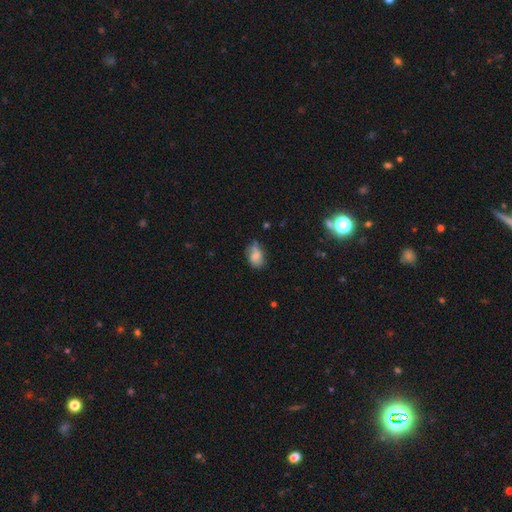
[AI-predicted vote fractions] Morphology: type=smooth (70%); roundness=in between (81%); merging=none (50%).